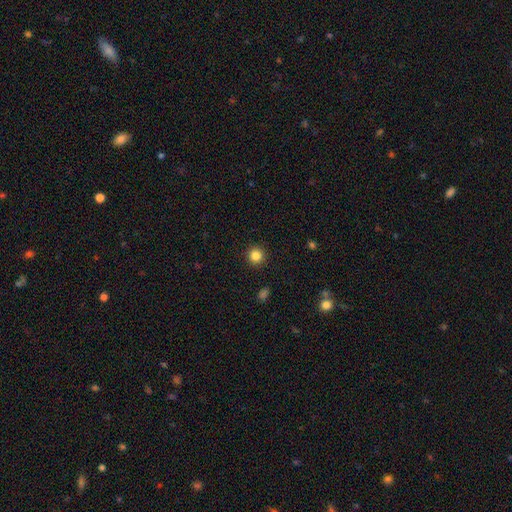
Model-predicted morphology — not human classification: This appears to be a smooth galaxy with no disk features (84%) that is round (95%). Merging: none (92%).